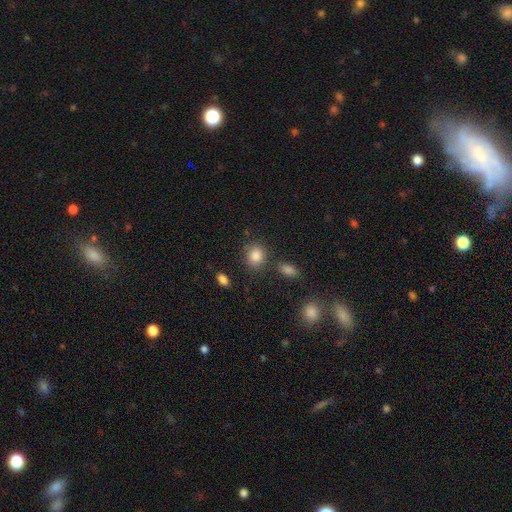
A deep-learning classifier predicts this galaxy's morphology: This is clearly a smooth galaxy (86%). How rounded: likely round (61%). Merging: likely none (76%).